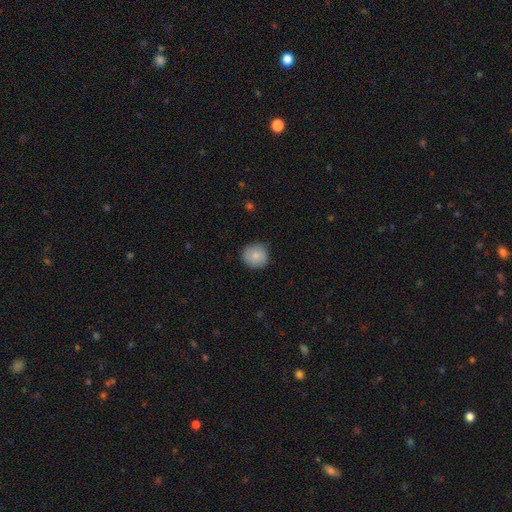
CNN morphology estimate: This is clearly a smooth galaxy (82%). How rounded: clearly round (92%). Merging: clearly none (83%).